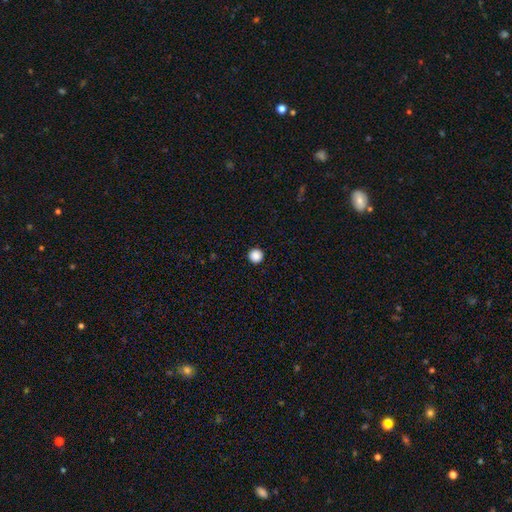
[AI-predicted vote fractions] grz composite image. It shows a smooth galaxy with no disk features (88%) that is round (97%). Merging: none (94%).